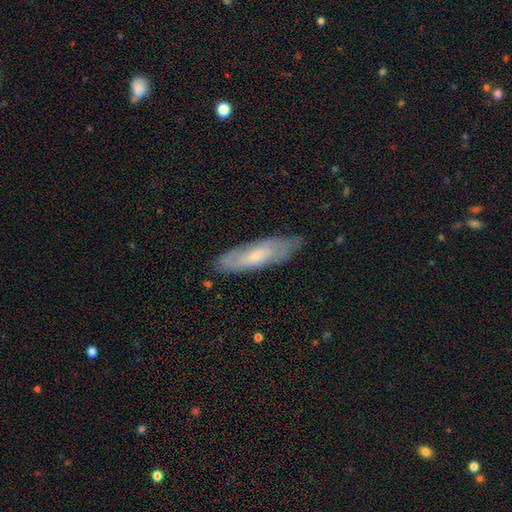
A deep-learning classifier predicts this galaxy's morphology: Smooth or featured? featured or disk (50%)
Merging? none (80%)